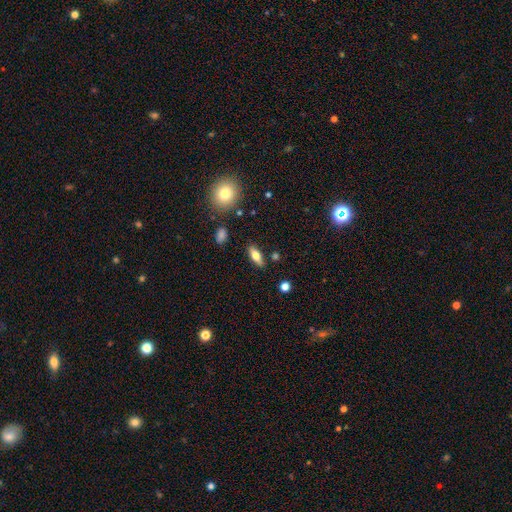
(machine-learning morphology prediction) Smooth or featured? smooth (61%)
How rounded? in between (67%)
Merging? none (85%)